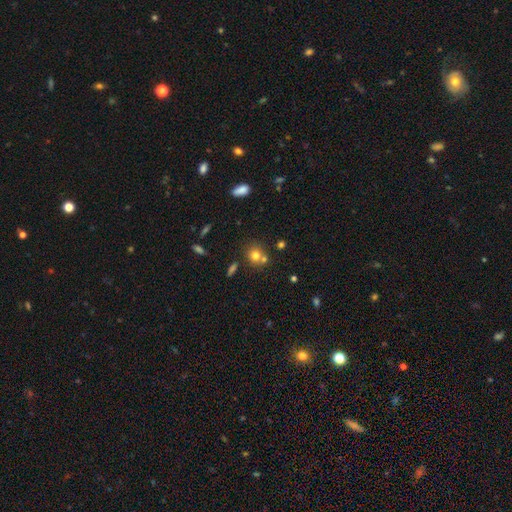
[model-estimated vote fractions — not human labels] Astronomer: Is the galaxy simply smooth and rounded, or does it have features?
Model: smooth — 72%.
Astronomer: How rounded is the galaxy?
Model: round — 81%.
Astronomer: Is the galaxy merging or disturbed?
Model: none — 57%.